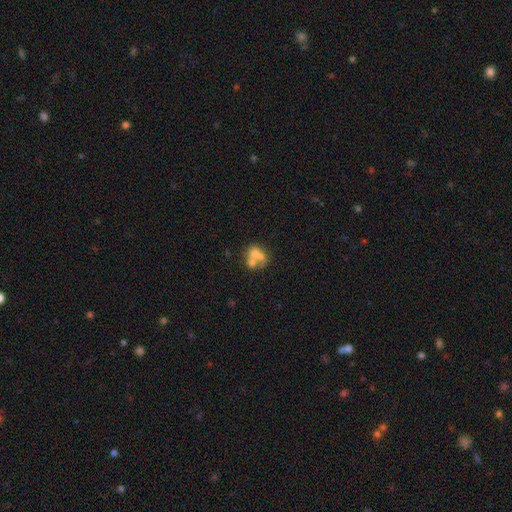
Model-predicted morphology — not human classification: The model was most divided on "smooth or featured": smooth: 49%, featured or disk: 37%, star or artifact: 13%. More confident: merging — merger (56%).